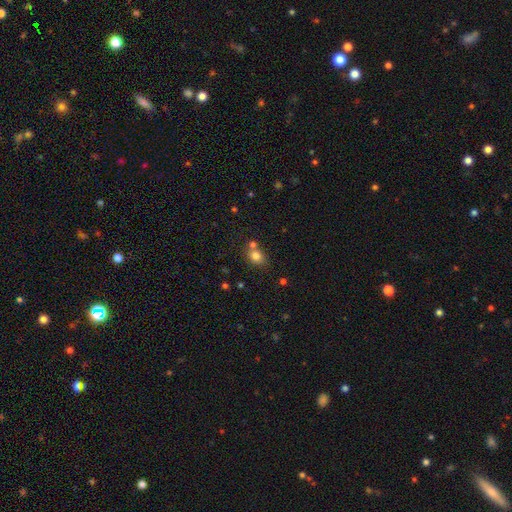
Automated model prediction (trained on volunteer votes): Q: Smooth or featured?
A: smooth (78%); runner-up: star or artifact (13%)
Q: How rounded?
A: round (54%); runner-up: in between (45%)
Q: Merging?
A: none (59%); runner-up: merger (25%)